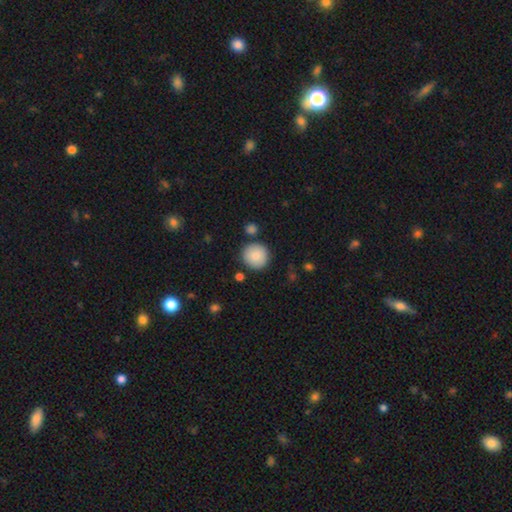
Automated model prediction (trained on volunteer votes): The model was most divided on "merging": none: 85%, minor disturbance: 9%, merger: 4%, major disturbance: 2%. More confident: how rounded — round (94%); smooth or featured — smooth (86%).